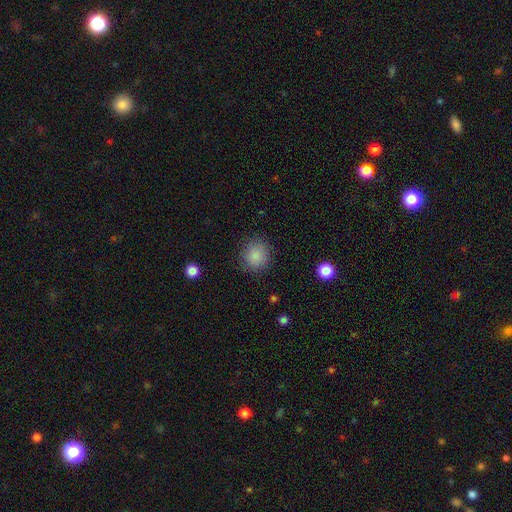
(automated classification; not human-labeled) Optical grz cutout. It shows a smooth galaxy with no disk features (86%) that is round (86%). Merging: none (85%).